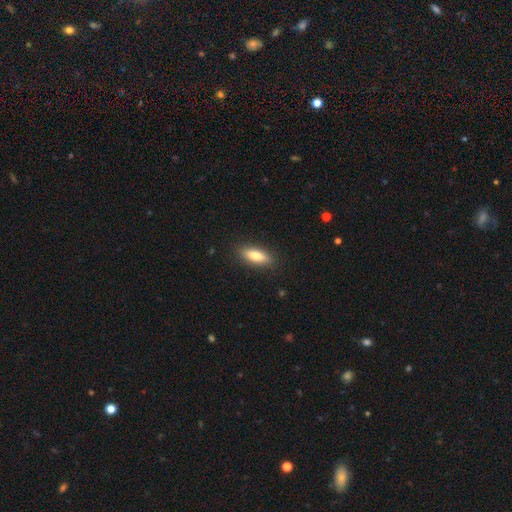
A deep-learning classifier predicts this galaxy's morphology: A smooth galaxy with no disk features (71%) that is in between round and cigar-shaped (59%).

Vote fractions:
- Smooth or featured? smooth: 71% / featured or disk: 23% / star or artifact: 6%
- How rounded? in between: 59% / cigar-shaped: 39% / round: 3%
- Merging? none: 88% / minor disturbance: 9% / major disturbance: 2% / merger: 1%